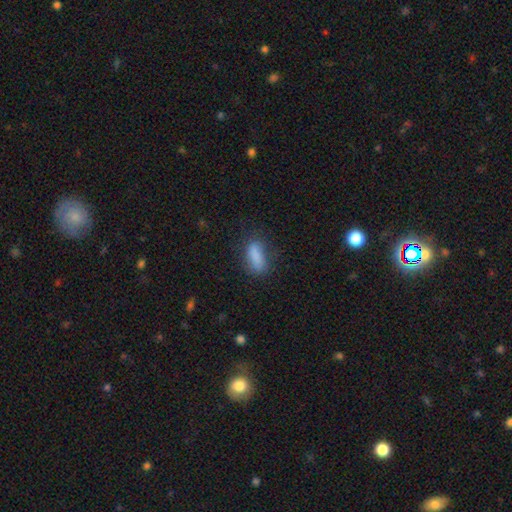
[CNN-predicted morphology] Smooth or featured? smooth (83%)
How rounded? in between (75%)
Merging? none (65%)